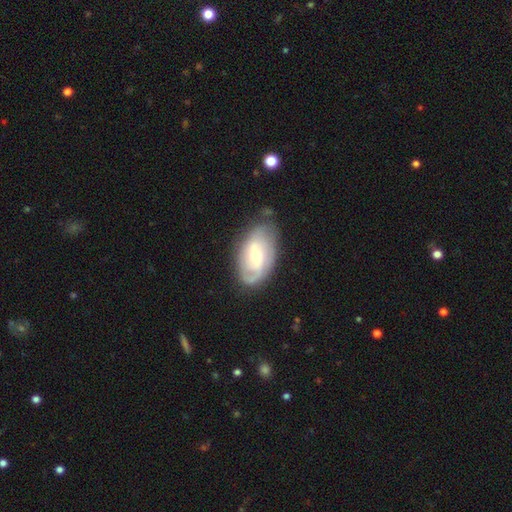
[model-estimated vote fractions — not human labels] smooth_or_featured: featured or disk (p=0.66) [alt: smooth p=0.28]
disk_edge_on: no (p=0.94) [alt: yes p=0.06]
bar: weak (p=0.49) [alt: no p=0.36]
has_spiral_arms: yes (p=0.84) [alt: no p=0.16]
spiral_winding: tight (p=0.39) [alt: medium p=0.38]
spiral_arm_count: 2 (p=0.47) [alt: can't tell p=0.29]
bulge_size: moderate (p=0.60) [alt: small p=0.31]
merging: none (p=0.67) [alt: minor disturbance p=0.23]